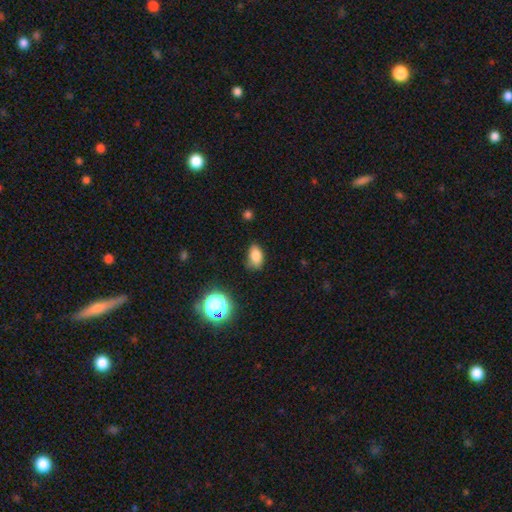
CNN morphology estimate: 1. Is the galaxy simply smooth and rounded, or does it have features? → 81% smooth, 12% star or artifact, 7% featured or disk.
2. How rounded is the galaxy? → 87% in between, 10% round, 2% cigar-shaped.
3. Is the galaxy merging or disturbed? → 67% none, 26% minor disturbance, 5% major disturbance, 2% merger.